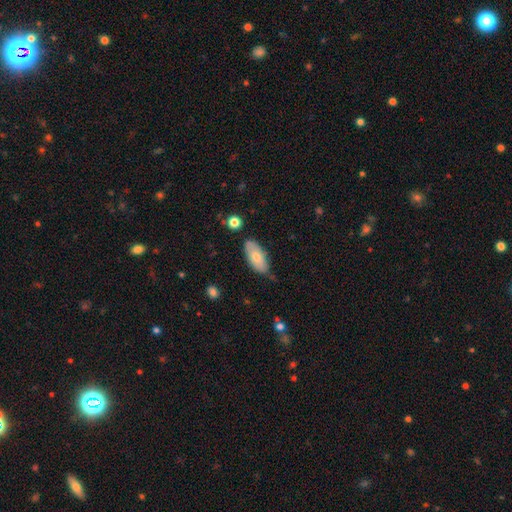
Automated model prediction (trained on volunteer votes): Smooth or featured? smooth (73%)
How rounded? in between (88%)
Merging? none (74%)